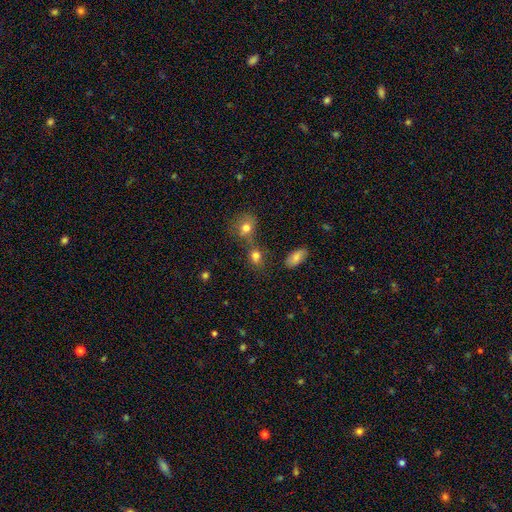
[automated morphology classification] This is likely a smooth galaxy (78%). How rounded: possibly in between (49%). Merging: possibly none (50%).